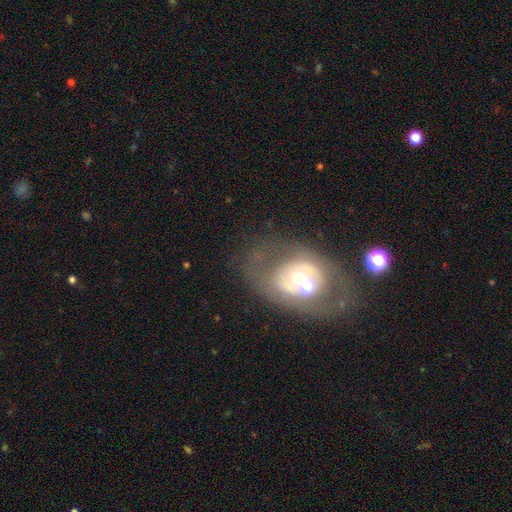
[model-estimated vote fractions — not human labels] featured or disk 64%, smooth 22%, star or artifact 14%. Down the decision tree: edge-on disk — no (95%); bar — no (65%); spiral arms — no (55%); bulge size — moderate (48%); merging — none (53%).